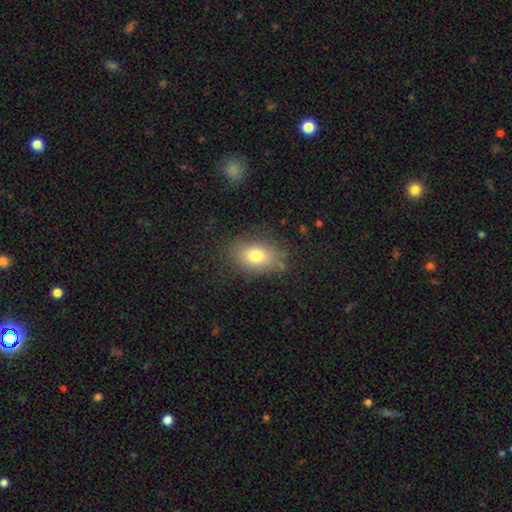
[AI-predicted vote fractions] Smooth or featured? Predicted: smooth (p=0.78). How rounded? Predicted: in between (p=0.80). Merging? Predicted: none (p=0.79).